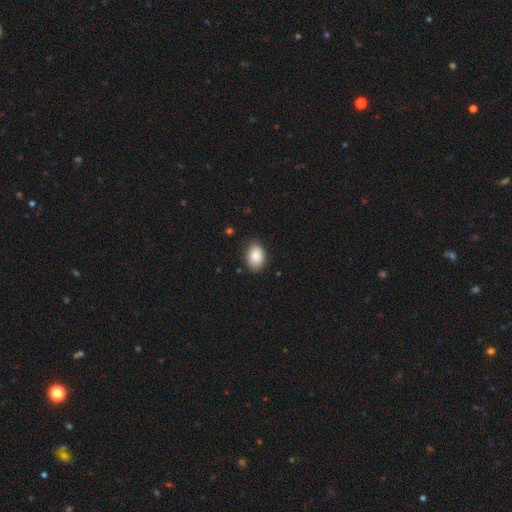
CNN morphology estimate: The model was most divided on "how rounded": in between: 79%, round: 20%, cigar-shaped: 1%. More confident: smooth or featured — smooth (85%); merging — none (82%).